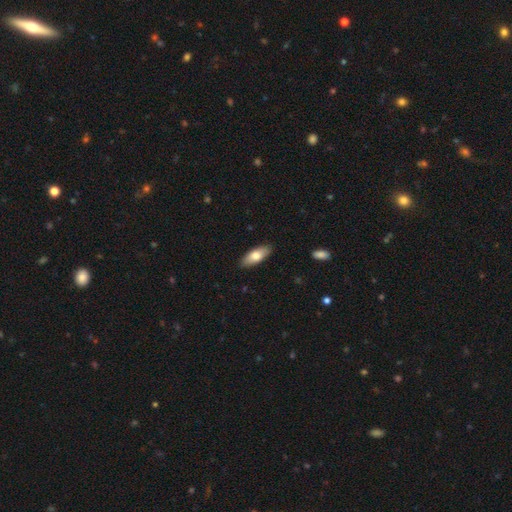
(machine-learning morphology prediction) The model was most divided on "how rounded": in between: 77%, cigar-shaped: 21%, round: 2%. More confident: merging — none (89%); smooth or featured — smooth (76%).